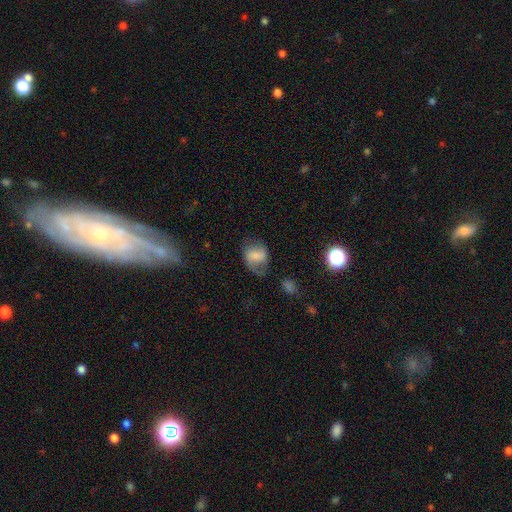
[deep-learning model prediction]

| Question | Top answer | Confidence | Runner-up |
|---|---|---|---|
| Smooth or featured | smooth | 47% | featured or disk (44%) |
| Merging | none | 52% | minor disturbance (26%) |